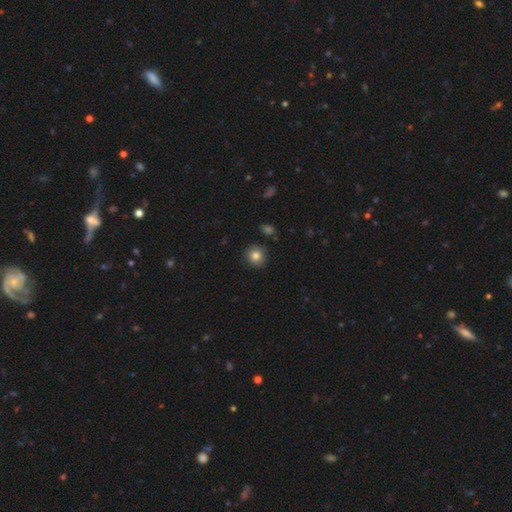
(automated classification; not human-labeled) This is clearly a smooth galaxy (82%). How rounded: clearly round (90%). Merging: clearly none (89%).